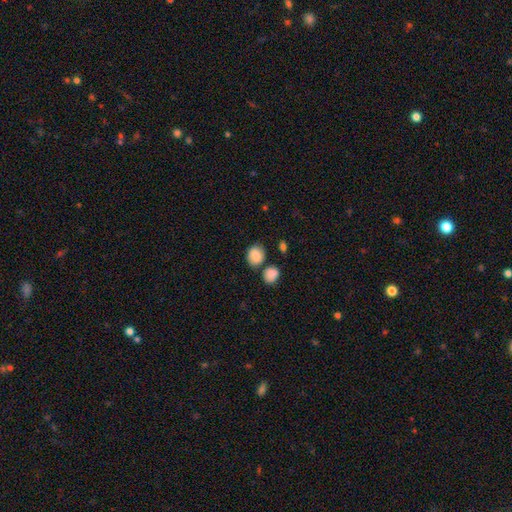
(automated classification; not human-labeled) Smooth or featured? smooth (84%)
How rounded? round (54%)
Merging? none (67%)